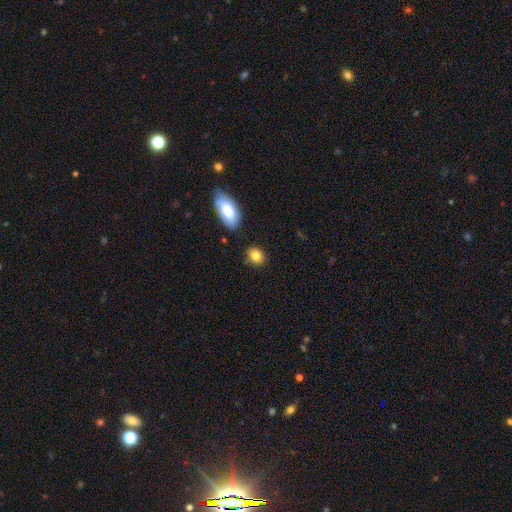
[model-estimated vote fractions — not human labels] smooth-or-featured: smooth: 83% | star or artifact: 9% | featured or disk: 8%
  how-rounded: in between: 51% | round: 48% | cigar-shaped: 2%
  merging: none: 80% | minor disturbance: 13% | merger: 4% | major disturbance: 3%